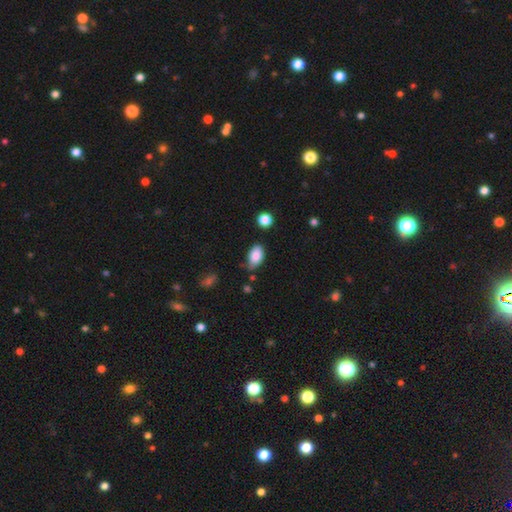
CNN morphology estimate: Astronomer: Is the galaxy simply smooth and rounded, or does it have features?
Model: smooth — 86%.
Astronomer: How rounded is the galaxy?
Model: in between — 92%.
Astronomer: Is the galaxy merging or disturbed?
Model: none — 60%.